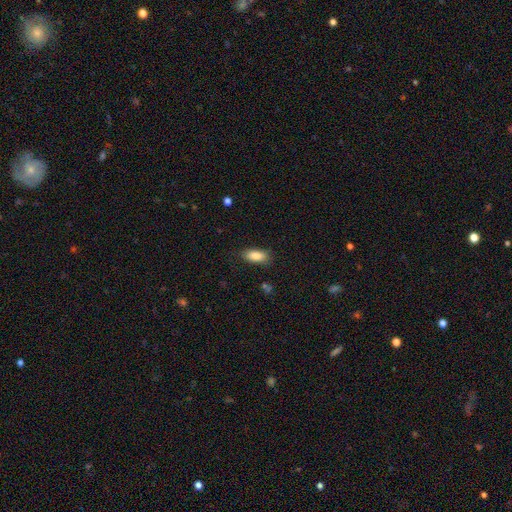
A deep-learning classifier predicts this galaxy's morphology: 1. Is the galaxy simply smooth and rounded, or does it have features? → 86% smooth, 7% star or artifact, 7% featured or disk.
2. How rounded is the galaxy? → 85% in between, 12% cigar-shaped, 3% round.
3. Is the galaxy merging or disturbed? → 82% none, 14% minor disturbance, 3% major disturbance, 1% merger.